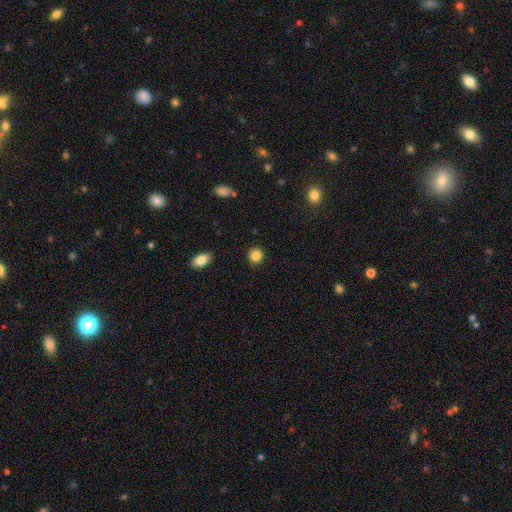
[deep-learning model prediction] Smooth or featured?
  - smooth: 86% *
  - star or artifact: 10%
  - featured or disk: 4%
How rounded?
  - round: 90% *
  - in between: 9%
  - cigar-shaped: 1%
Merging?
  - none: 91% *
  - minor disturbance: 6%
  - major disturbance: 2%
  - merger: 1%